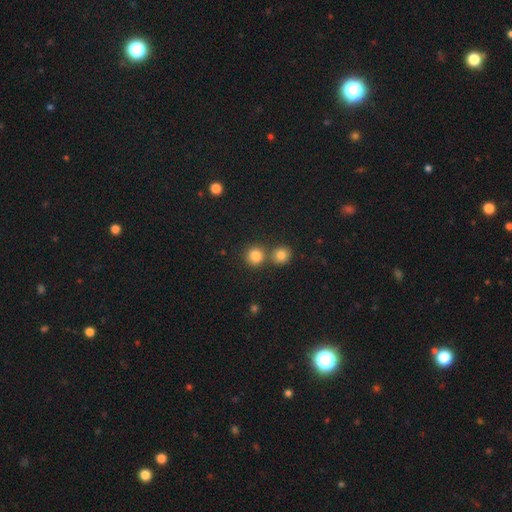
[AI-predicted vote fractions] smooth_or_featured: smooth (p=0.83) [alt: star or artifact p=0.12]
how_rounded: round (p=0.88) [alt: in between p=0.11]
merging: none (p=0.62) [alt: merger p=0.28]